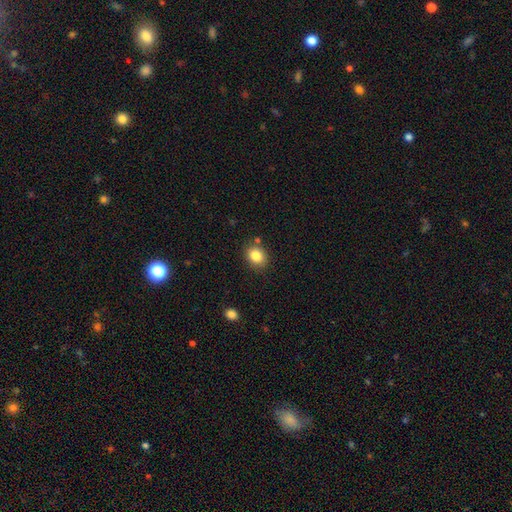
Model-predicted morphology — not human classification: This is clearly a smooth galaxy (84%). How rounded: possibly round (51%). Merging: likely none (80%).